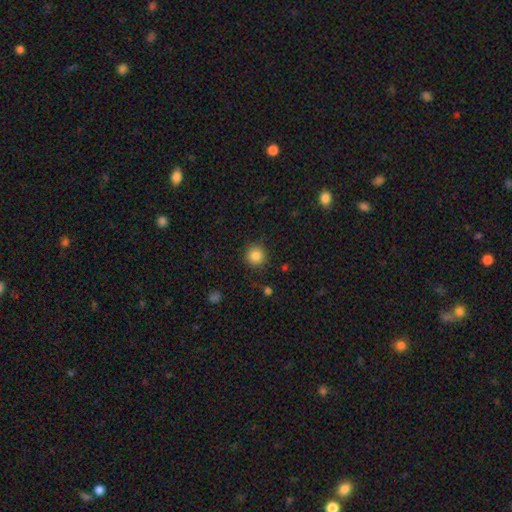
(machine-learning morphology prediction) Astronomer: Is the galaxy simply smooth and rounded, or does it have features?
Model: smooth — 85%.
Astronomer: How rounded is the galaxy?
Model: round — 94%.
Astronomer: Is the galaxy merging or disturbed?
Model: none — 88%.